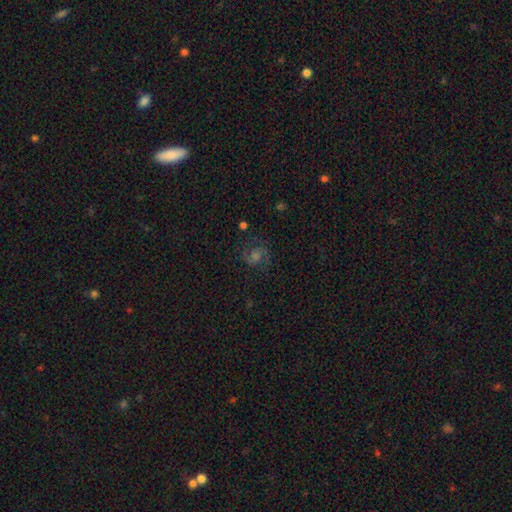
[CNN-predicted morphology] Smooth or featured?
  - featured or disk: 61% *
  - star or artifact: 21%
  - smooth: 18%
Edge-on disk?
  - no: 97% *
  - yes: 3%
Bar?
  - no: 49% *
  - weak: 42%
  - strong: 9%
Spiral arms?
  - yes: 93% *
  - no: 7%
Spiral winding?
  - medium: 55% *
  - tight: 23%
  - loose: 22%
Spiral arm count?
  - 2: 86% *
  - can't tell: 7%
  - 1: 3%
  - 3: 2%
  - 4: 1%
  - more than 4: 1%
Bulge size?
  - moderate: 42% *
  - small: 32%
  - large: 12%
  - none: 12%
  - dominant: 3%
Merging?
  - none: 77% *
  - minor disturbance: 13%
  - major disturbance: 8%
  - merger: 2%